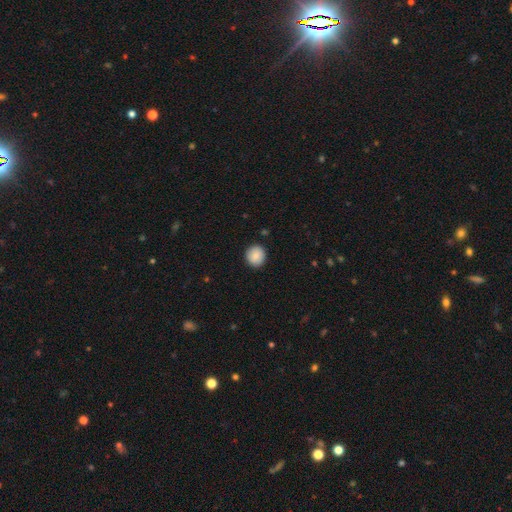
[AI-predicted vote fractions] Smooth or featured? Predicted: smooth (p=0.87). How rounded? Predicted: round (p=0.91). Merging? Predicted: none (p=0.90).